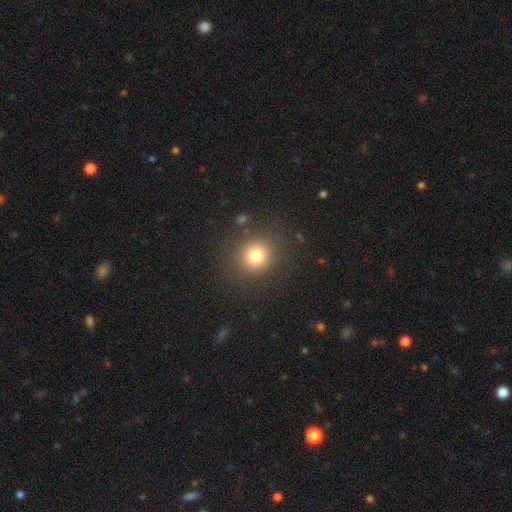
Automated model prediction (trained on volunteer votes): Smooth or featured? Predicted: smooth (p=0.78). How rounded? Predicted: round (p=0.90). Merging? Predicted: none (p=0.86).